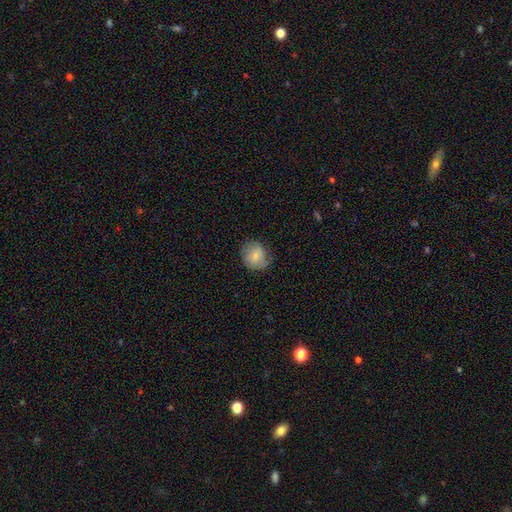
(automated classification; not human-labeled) smooth-or-featured: smooth: 73% | featured or disk: 19% | star or artifact: 8%
  how-rounded: round: 71% | in between: 28% | cigar-shaped: 1%
  merging: none: 67% | minor disturbance: 25% | major disturbance: 8% | merger: 1%